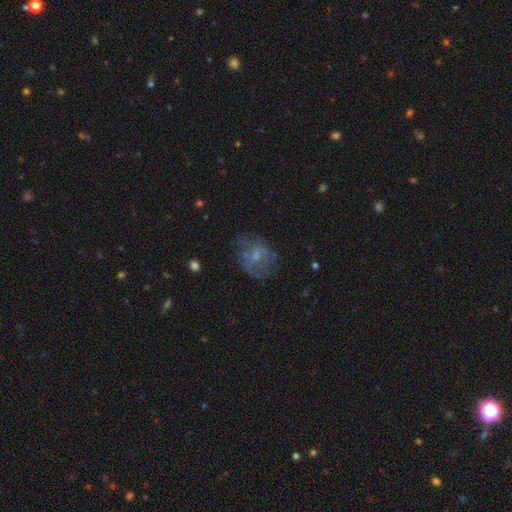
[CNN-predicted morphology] type=smooth (44%, tied with featured or disk); merging=none (53%).